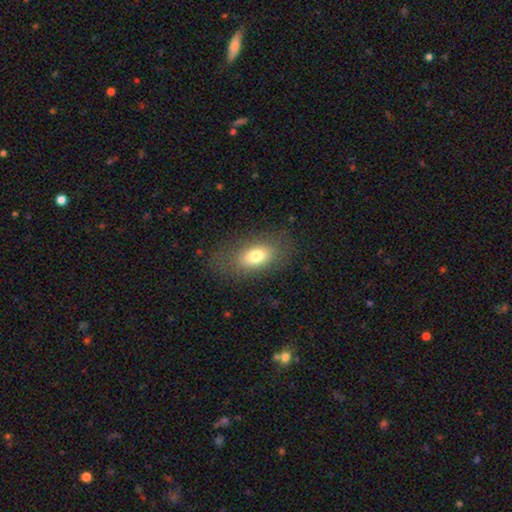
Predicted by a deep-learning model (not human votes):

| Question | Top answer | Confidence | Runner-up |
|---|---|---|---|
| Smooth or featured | smooth | 75% | featured or disk (15%) |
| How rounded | in between | 85% | round (11%) |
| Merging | none | 77% | minor disturbance (14%) |